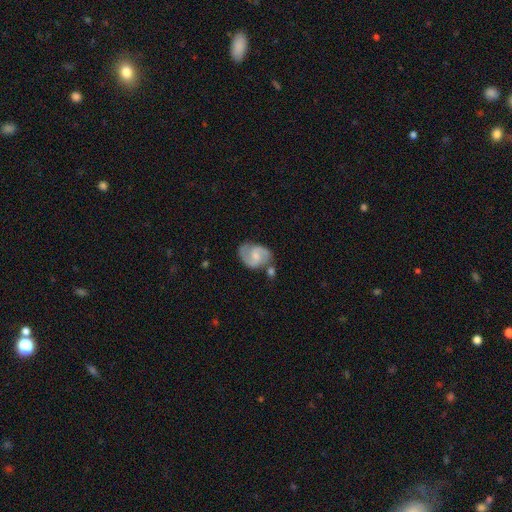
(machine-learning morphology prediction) Smooth or featured: featured or disk — 79% (smooth — 15%)
Edge-on disk: no — 98% (yes — 2%)
Bar: weak — 50% (no — 40%)
Spiral arms: yes — 95% (no — 5%)
Spiral winding: medium — 56% (tight — 23%)
Spiral arm count: 2 — 90% (can't tell — 5%)
Bulge size: small — 46% (moderate — 35%)
Merging: none — 62% (minor disturbance — 18%)